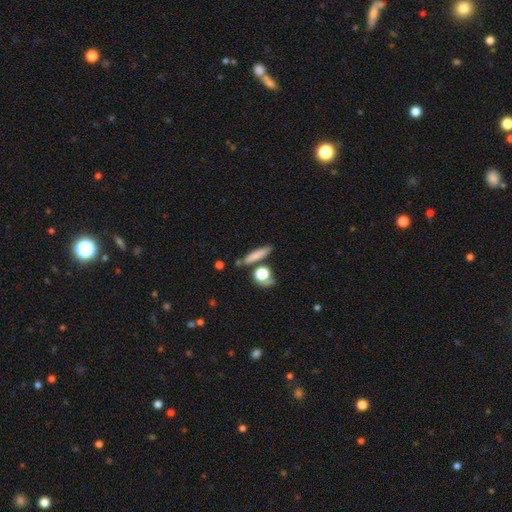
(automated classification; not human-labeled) smooth 74%, featured or disk 17%, star or artifact 9%. Down the decision tree: how rounded — cigar-shaped (69%); merging — none (73%).